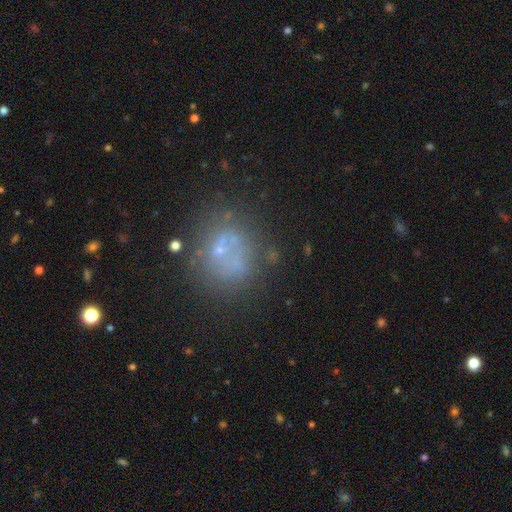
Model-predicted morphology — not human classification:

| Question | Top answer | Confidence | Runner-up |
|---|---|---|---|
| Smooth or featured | smooth | 40% | featured or disk (32%) |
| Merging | none | 72% | minor disturbance (15%) |